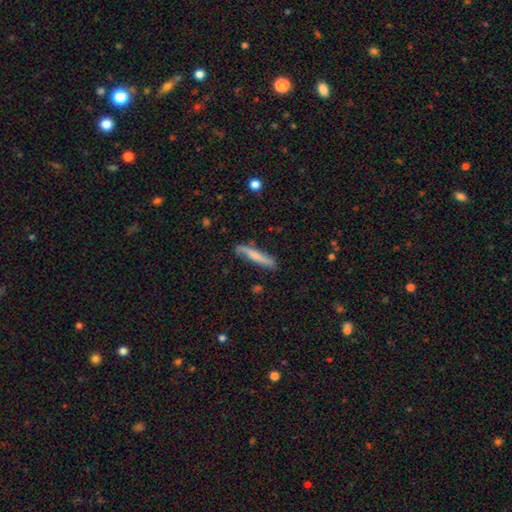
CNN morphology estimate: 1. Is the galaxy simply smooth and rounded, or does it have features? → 59% smooth, 35% featured or disk, 6% star or artifact.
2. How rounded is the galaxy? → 91% cigar-shaped, 8% in between, 2% round.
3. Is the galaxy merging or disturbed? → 74% none, 20% minor disturbance, 4% major disturbance, 2% merger.